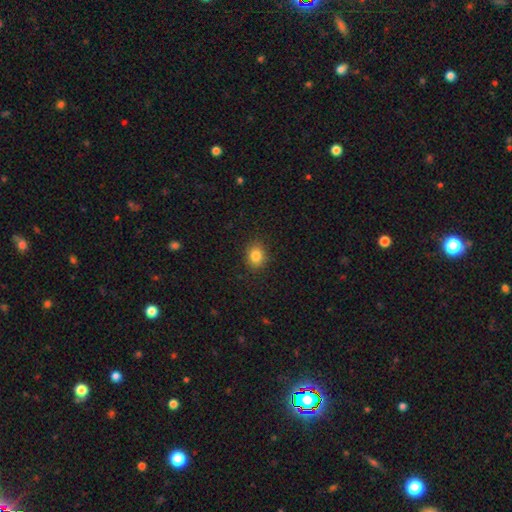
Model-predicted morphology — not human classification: Smooth or featured? Predicted: smooth (p=0.84). How rounded? Predicted: round (p=0.56). Merging? Predicted: none (p=0.88).